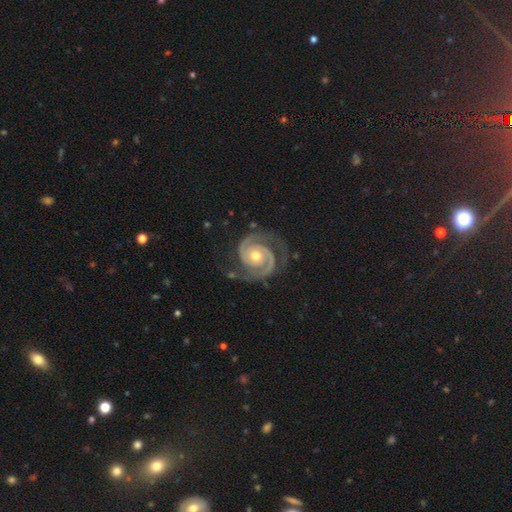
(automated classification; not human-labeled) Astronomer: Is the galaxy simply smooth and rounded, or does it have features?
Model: featured or disk — 94%.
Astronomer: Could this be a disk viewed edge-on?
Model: no — 98%.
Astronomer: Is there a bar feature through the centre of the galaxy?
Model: no — 72%.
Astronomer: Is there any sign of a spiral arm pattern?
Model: yes — 99%.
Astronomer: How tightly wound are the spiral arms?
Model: tight — 63%.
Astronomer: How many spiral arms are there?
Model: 2 — 93%.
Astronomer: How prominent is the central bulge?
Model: moderate — 69%.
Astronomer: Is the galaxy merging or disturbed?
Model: none — 78%.